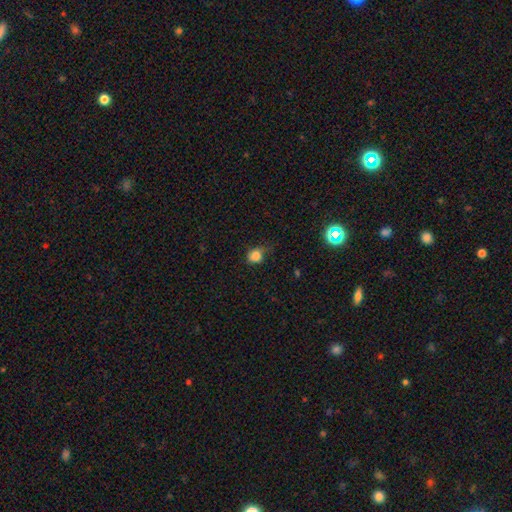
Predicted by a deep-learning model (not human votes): Overall: smooth (82%). How rounded: round (67%; in between 32%). Merging: none (53%; minor disturbance 34%).